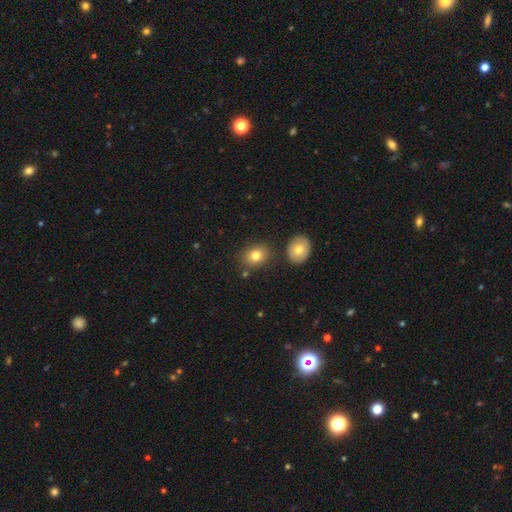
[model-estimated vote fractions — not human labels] Overall: smooth (79%). How rounded: in between (50%; round 49%). Merging: none (78%).